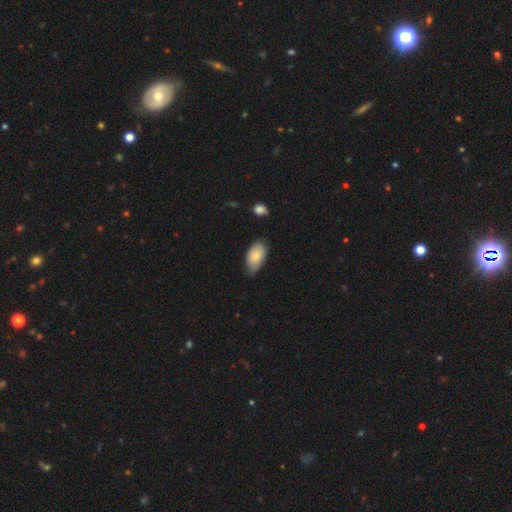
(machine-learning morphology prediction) A smooth galaxy with no disk features (77%) that is in between round and cigar-shaped (94%). Merging: none (58%).